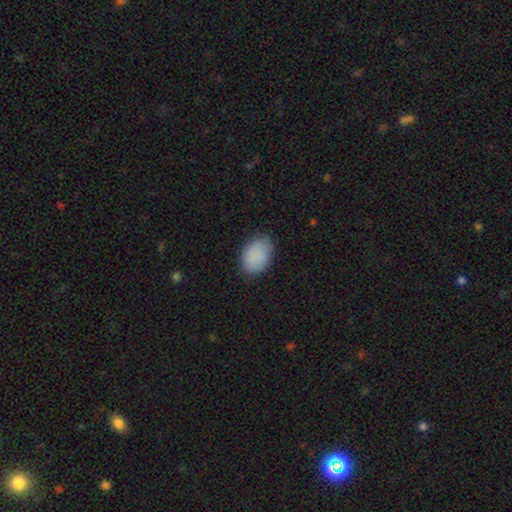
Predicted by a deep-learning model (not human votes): Overall: smooth (89%). How rounded: in between (83%). Merging: none (81%).